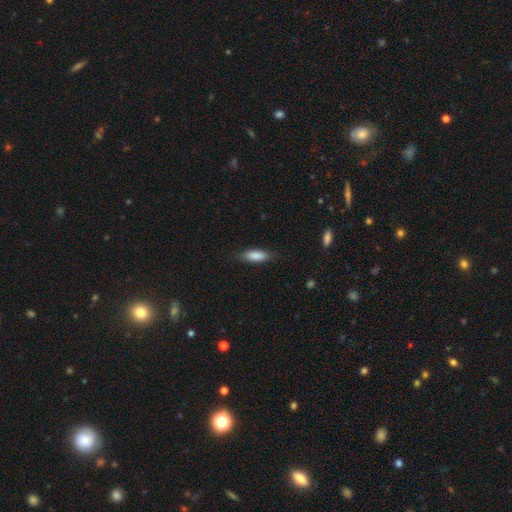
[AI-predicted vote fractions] This appears to be a smooth galaxy with no disk features (83%) that is in between round and cigar-shaped (60%). Merging: none (80%).